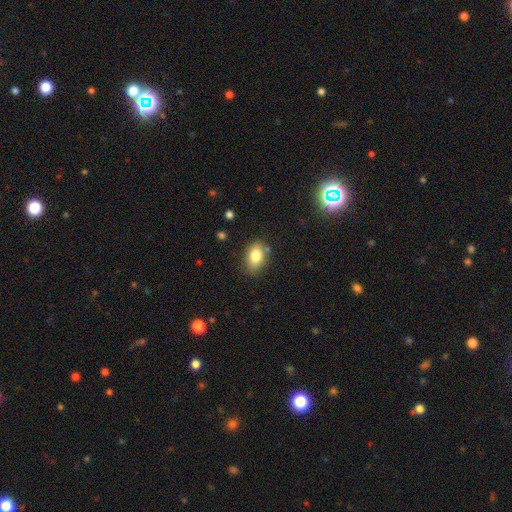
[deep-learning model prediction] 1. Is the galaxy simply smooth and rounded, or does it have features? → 81% smooth, 11% featured or disk, 9% star or artifact.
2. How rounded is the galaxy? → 86% in between, 12% round, 2% cigar-shaped.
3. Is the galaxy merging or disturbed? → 79% none, 15% minor disturbance, 3% major disturbance, 3% merger.